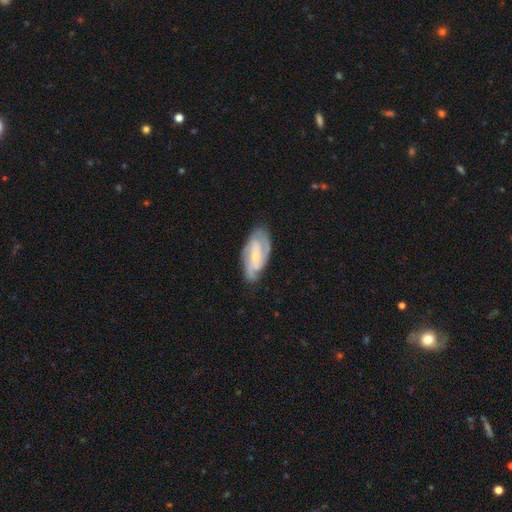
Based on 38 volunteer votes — smooth_or_featured: featured or disk (p=0.71) [alt: smooth p=0.21]
disk_edge_on: no (p=1.00)
bar: strong (p=0.52) [alt: no p=0.30]
has_spiral_arms: yes (p=0.96) [alt: no p=0.04]
spiral_winding: tight (p=0.46) [tied with: medium p=0.46]
spiral_arm_count: 3 (p=0.50) [alt: 2 p=0.38]
bulge_size: small (p=0.59) [alt: moderate p=0.41]
merging: none (p=0.77) [alt: minor disturbance p=0.14]